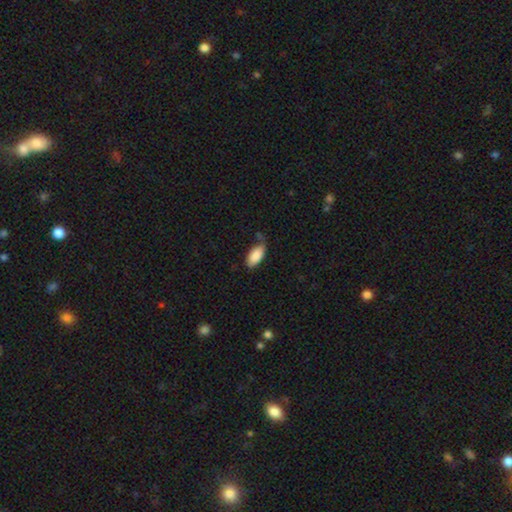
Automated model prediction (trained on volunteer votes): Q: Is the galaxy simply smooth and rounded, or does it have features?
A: smooth — 87%.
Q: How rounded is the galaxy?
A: in between — 92%.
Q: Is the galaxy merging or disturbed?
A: none — 58%.